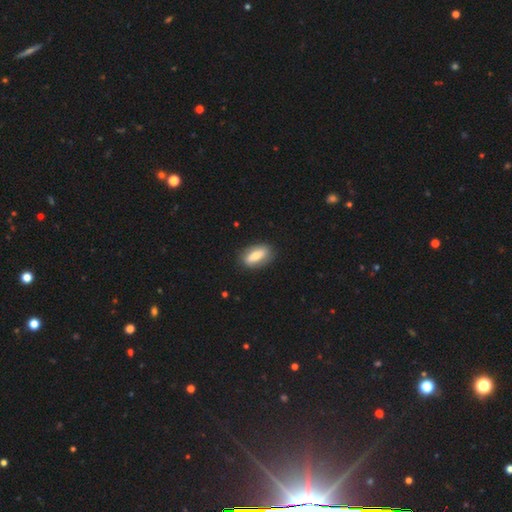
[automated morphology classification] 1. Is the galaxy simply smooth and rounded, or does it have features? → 65% smooth, 29% featured or disk, 6% star or artifact.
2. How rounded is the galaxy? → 86% in between, 10% cigar-shaped, 4% round.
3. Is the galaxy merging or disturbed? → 83% none, 13% minor disturbance, 3% major disturbance, 1% merger.